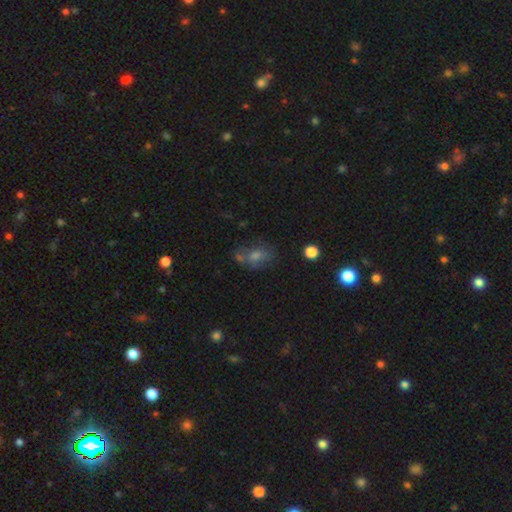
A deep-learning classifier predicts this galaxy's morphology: Q: Smooth or featured?
A: smooth (59%); runner-up: featured or disk (22%)
Q: How rounded?
A: in between (71%); runner-up: round (26%)
Q: Merging?
A: none (54%); runner-up: minor disturbance (20%)